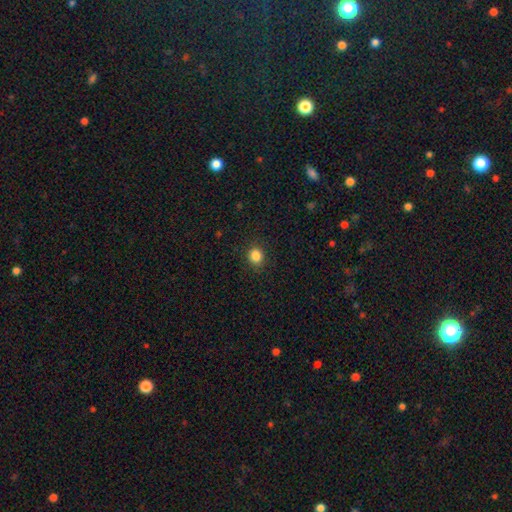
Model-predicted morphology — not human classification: This appears to be a smooth galaxy with no disk features (85%) that is round (79%). Merging: none (89%).